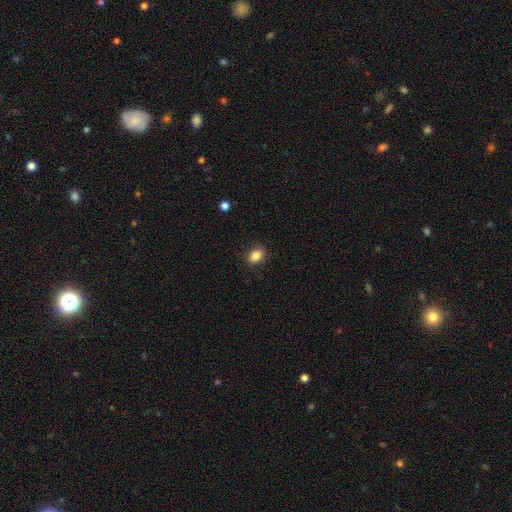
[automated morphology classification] smooth_or_featured: smooth (p=0.85) [alt: star or artifact p=0.10]
how_rounded: in between (p=0.67) [alt: round p=0.32]
merging: none (p=0.88) [alt: minor disturbance p=0.09]